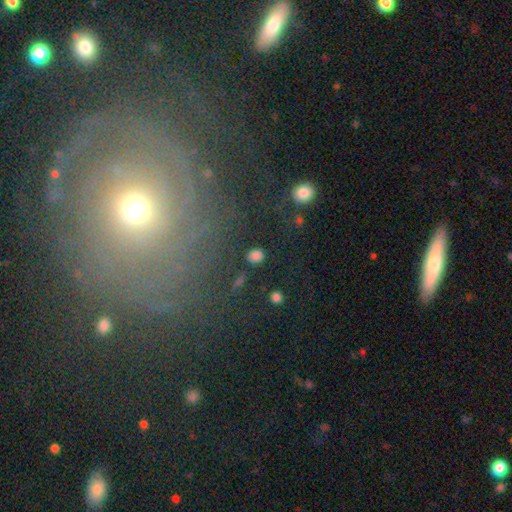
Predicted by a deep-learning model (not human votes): Smooth or featured? smooth (80%)
How rounded? round (70%)
Merging? none (86%)